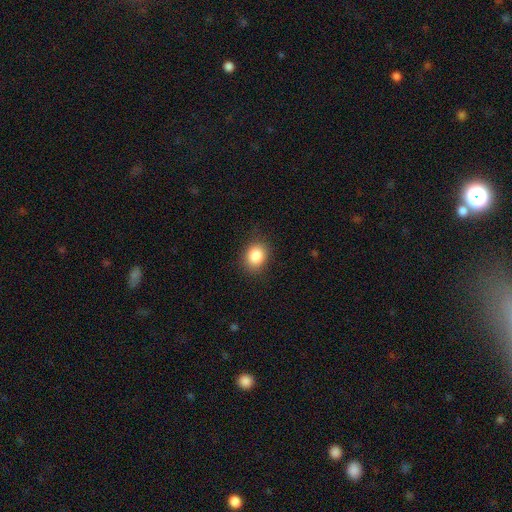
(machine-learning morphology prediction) A smooth galaxy with no disk features (85%) that is round (54%).

Vote fractions:
- Smooth or featured? smooth: 85% / star or artifact: 9% / featured or disk: 5%
- How rounded? round: 54% / in between: 45% / cigar-shaped: 1%
- Merging? none: 86% / minor disturbance: 10% / major disturbance: 3% / merger: 1%